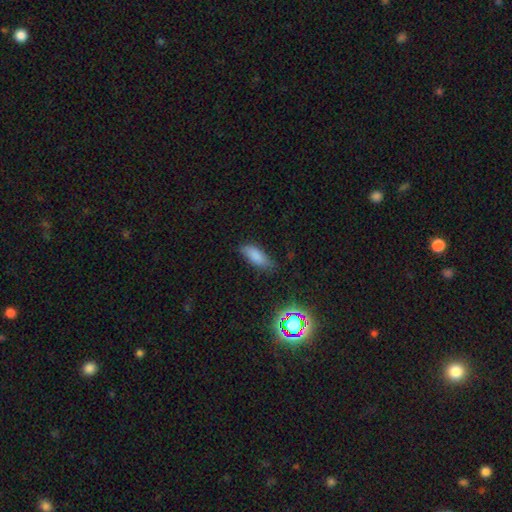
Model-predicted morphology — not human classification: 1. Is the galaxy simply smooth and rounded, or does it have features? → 81% smooth, 11% star or artifact, 9% featured or disk.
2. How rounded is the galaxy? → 77% in between, 21% cigar-shaped, 2% round.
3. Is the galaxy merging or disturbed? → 69% none, 24% minor disturbance, 5% major disturbance, 2% merger.